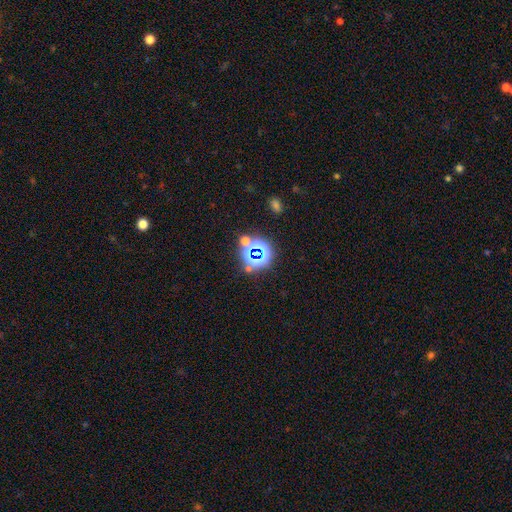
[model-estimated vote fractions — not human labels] Smooth or featured: star or artifact — 68% (smooth — 23%)